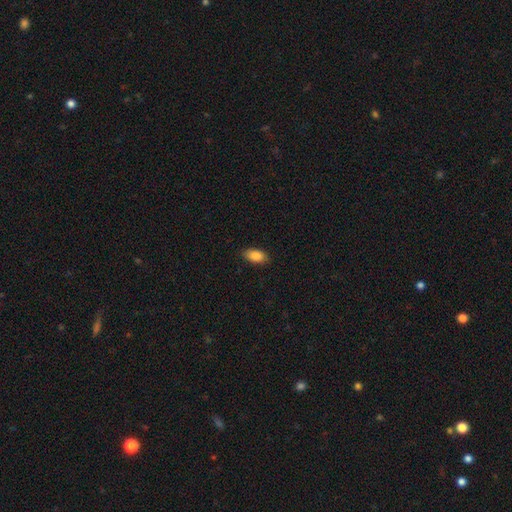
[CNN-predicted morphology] Q: Smooth or featured?
A: smooth (87%); runner-up: star or artifact (7%)
Q: How rounded?
A: in between (92%); runner-up: round (4%)
Q: Merging?
A: none (87%); runner-up: minor disturbance (10%)